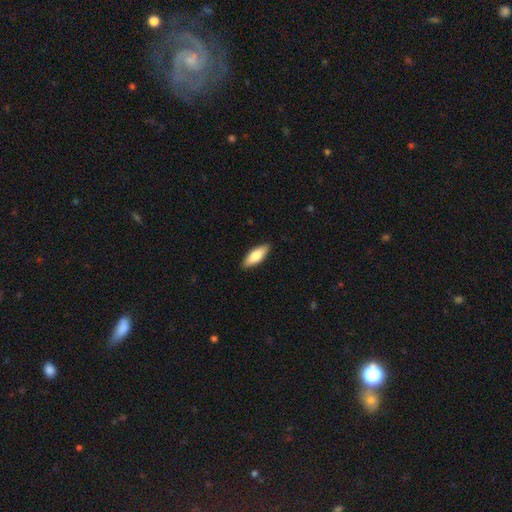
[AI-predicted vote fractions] A smooth galaxy with no disk features (75%) that is in between round and cigar-shaped (66%). Merging: none (89%).